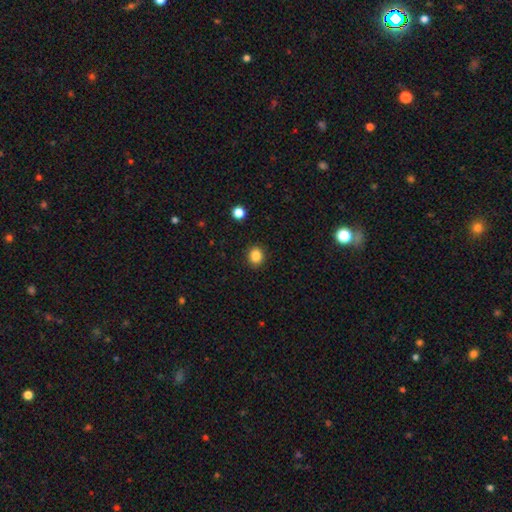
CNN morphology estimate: smooth-or-featured: smooth: 85% | star or artifact: 11% | featured or disk: 4%
  how-rounded: round: 78% | in between: 21% | cigar-shaped: 1%
  merging: none: 91% | minor disturbance: 6% | major disturbance: 2% | merger: 1%